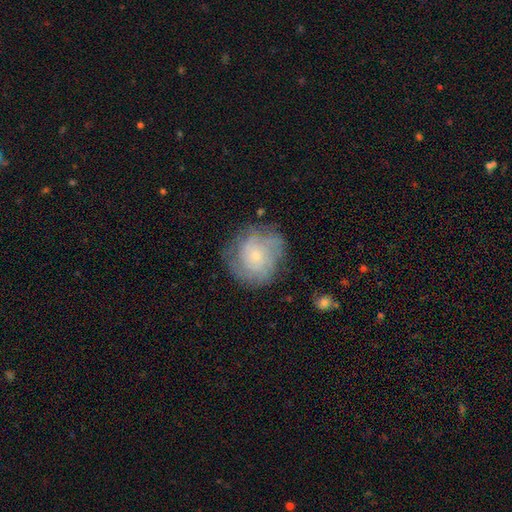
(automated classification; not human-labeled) smooth-or-featured: featured or disk: 64% | smooth: 27% | star or artifact: 9%
  disk-edge-on: no: 97% | yes: 3%
    bar: no: 80% | weak: 17% | strong: 2%
    has-spiral-arms: yes: 86% | no: 14%
      spiral-winding: tight: 61% | medium: 29% | loose: 10%
      spiral-arm-count: can't tell: 47% | 3: 16% | 2: 13% | 4: 13% | more than 4: 6% | 1: 5%
    bulge-size: small: 77% | moderate: 17% | none: 3% | large: 2% | dominant: 1%
  merging: none: 72% | minor disturbance: 18% | major disturbance: 8% | merger: 2%